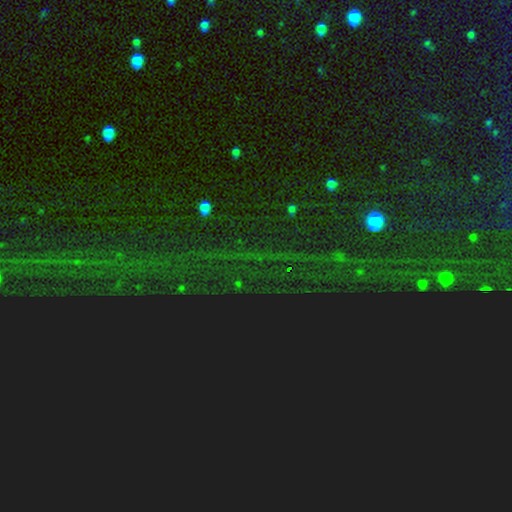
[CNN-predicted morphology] smooth_or_featured: star or artifact (p=0.83) [alt: featured or disk p=0.09]